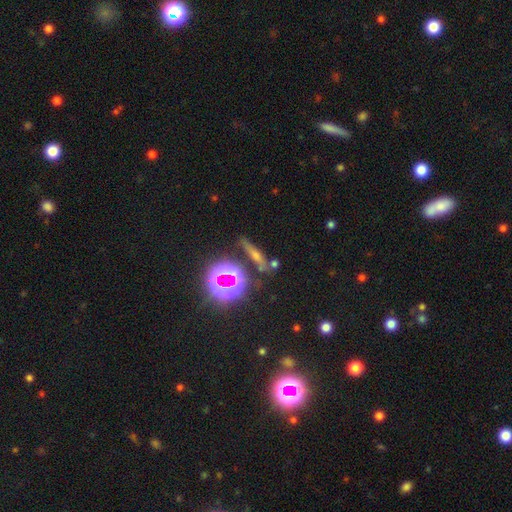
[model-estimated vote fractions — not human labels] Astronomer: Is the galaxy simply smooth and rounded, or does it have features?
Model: star or artifact — 38% (runner-up: featured or disk, 34%).